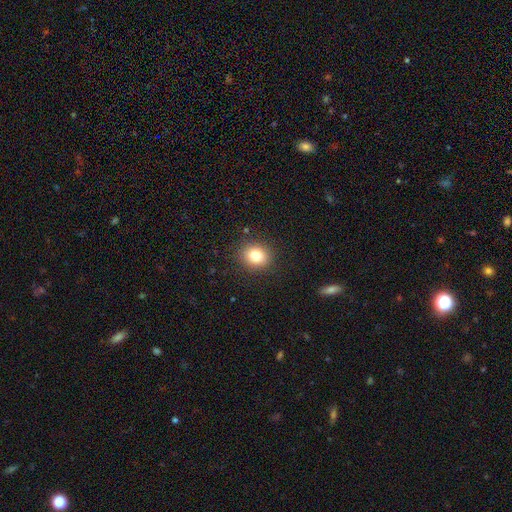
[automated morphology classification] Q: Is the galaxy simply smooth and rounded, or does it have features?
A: smooth — 81%.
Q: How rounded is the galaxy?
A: round — 69%.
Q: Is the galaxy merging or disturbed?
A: none — 89%.